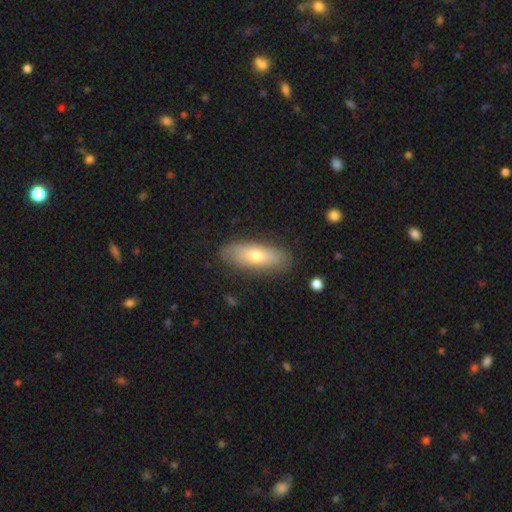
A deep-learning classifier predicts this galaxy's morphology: A smooth galaxy with no disk features (65%) that is in between round and cigar-shaped (68%). Merging: none (83%).